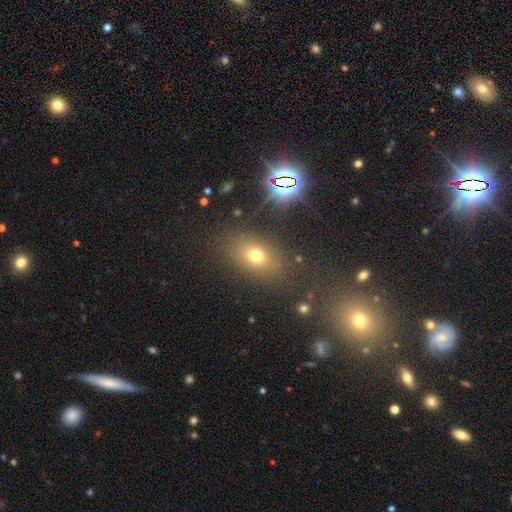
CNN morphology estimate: smooth_or_featured: smooth (p=0.64) [alt: star or artifact p=0.23]
how_rounded: in between (p=0.70) [alt: round p=0.27]
merging: none (p=0.79) [alt: minor disturbance p=0.12]